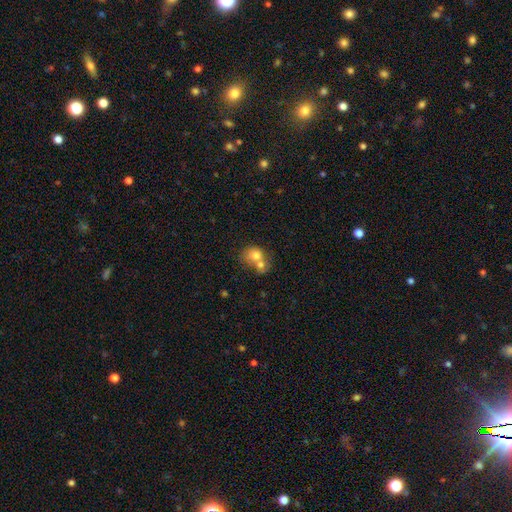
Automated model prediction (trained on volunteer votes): Smooth or featured: smooth — 71% (featured or disk — 20%)
How rounded: round — 63% (in between — 36%)
Merging: merger — 68% (none — 21%)